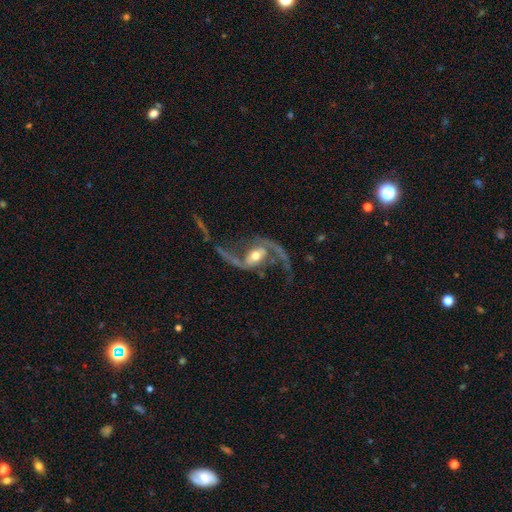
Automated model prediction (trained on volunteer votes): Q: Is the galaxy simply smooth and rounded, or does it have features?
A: featured or disk — 91%.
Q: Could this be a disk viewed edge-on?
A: no — 97%.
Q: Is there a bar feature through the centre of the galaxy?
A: no — 37%, tied with weak.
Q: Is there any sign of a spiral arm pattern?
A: yes — 97%.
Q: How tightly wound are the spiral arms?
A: loose — 79%.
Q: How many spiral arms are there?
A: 2 — 94%.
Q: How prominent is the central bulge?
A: moderate — 69%.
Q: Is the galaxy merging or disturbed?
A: none — 63%.